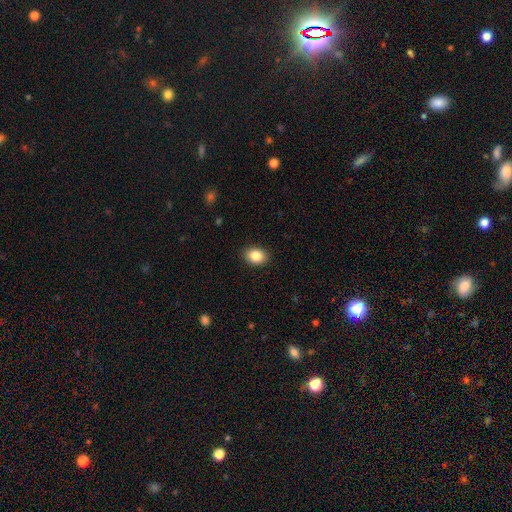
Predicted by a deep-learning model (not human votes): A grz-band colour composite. It shows a smooth galaxy with no disk features (86%) that is in between round and cigar-shaped (65%). Merging: none (90%).